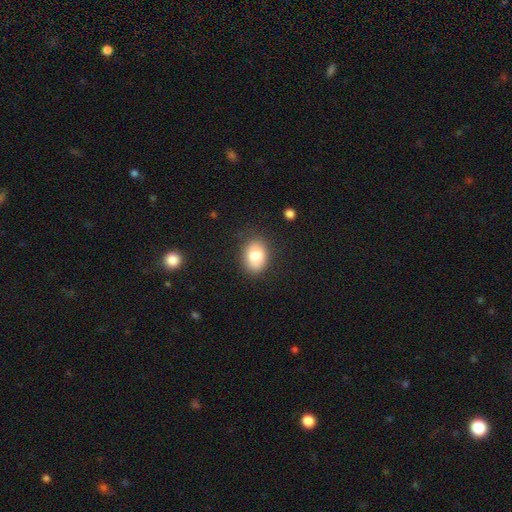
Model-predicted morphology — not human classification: Smooth or featured? Predicted: smooth (p=0.81). How rounded? Predicted: in between (p=0.73). Merging? Predicted: none (p=0.83).